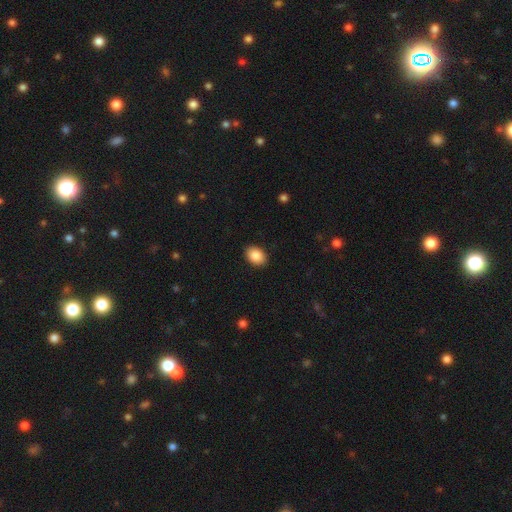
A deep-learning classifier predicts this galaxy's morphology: Smooth or featured: smooth — 88% (star or artifact — 8%)
How rounded: in between — 76% (round — 23%)
Merging: none — 89% (minor disturbance — 8%)